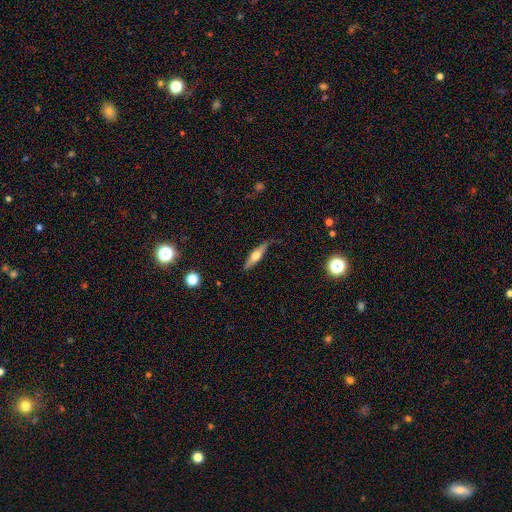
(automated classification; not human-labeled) Smooth or featured? smooth (48%)
Merging? none (70%)